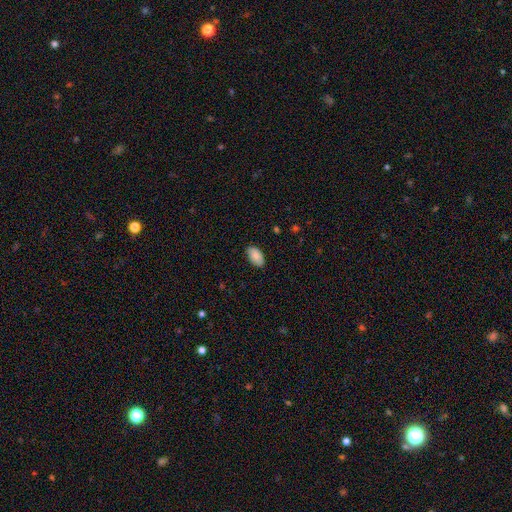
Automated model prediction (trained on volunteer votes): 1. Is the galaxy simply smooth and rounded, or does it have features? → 84% smooth, 9% featured or disk, 7% star or artifact.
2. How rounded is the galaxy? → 95% in between, 4% round, 2% cigar-shaped.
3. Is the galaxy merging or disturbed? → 85% none, 12% minor disturbance, 2% major disturbance, 1% merger.